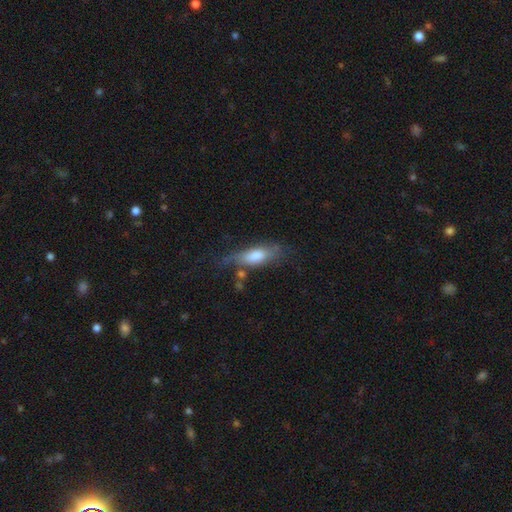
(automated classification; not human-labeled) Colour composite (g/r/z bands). It shows a smooth galaxy with no disk features (63%) that is in between round and cigar-shaped (62%). Merging: none (50%).